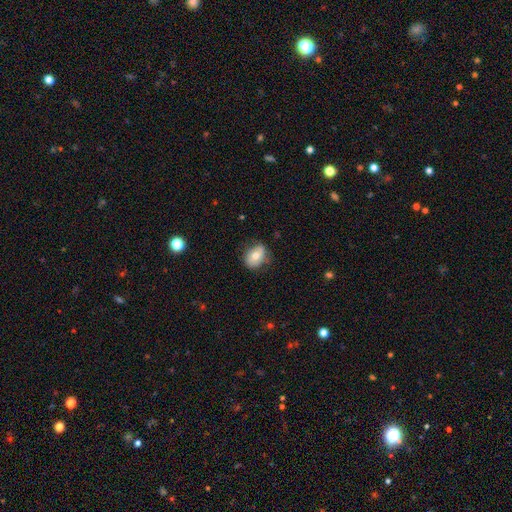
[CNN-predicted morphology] Q: Smooth or featured?
A: smooth (66%); runner-up: featured or disk (26%)
Q: How rounded?
A: in between (60%); runner-up: round (38%)
Q: Merging?
A: none (69%); runner-up: minor disturbance (24%)